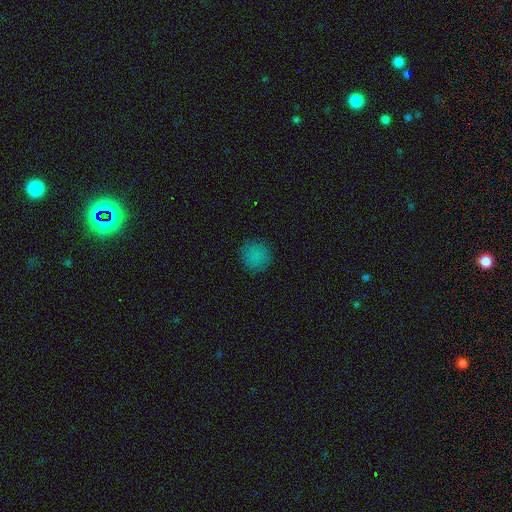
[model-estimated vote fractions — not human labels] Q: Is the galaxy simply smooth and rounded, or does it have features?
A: smooth — 82%.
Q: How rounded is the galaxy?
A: round — 91%.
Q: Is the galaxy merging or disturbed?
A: none — 86%.